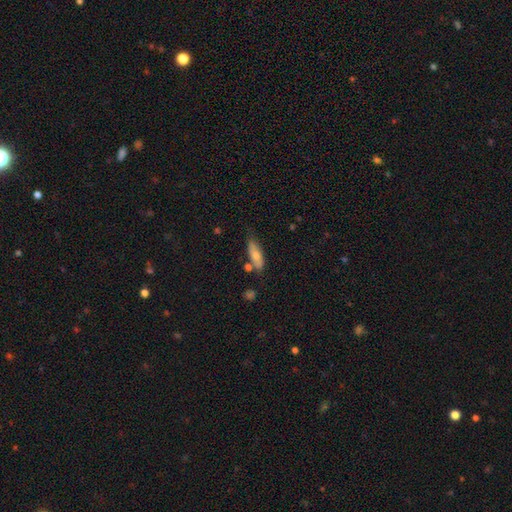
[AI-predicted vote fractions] Smooth or featured: smooth — 72% (featured or disk — 21%)
How rounded: in between — 61% (cigar-shaped — 36%)
Merging: none — 66% (minor disturbance — 21%)